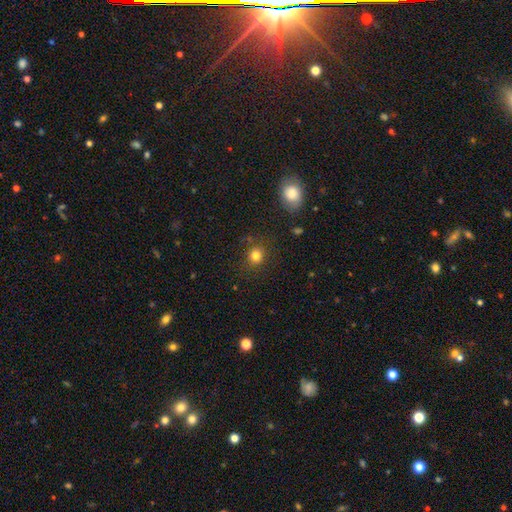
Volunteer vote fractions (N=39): smooth 87%, featured or disk 10%, star or artifact 3%. Down the decision tree: how rounded — round (88%); merging — none (87%).